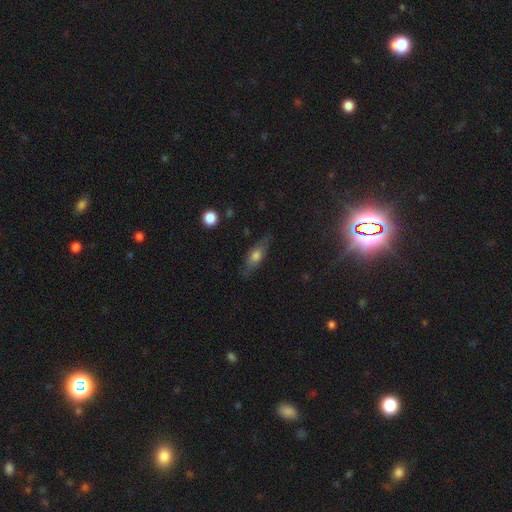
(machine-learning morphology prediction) smooth 57%, featured or disk 35%, star or artifact 8%. Down the decision tree: how rounded — in between (61%); merging — none (76%).